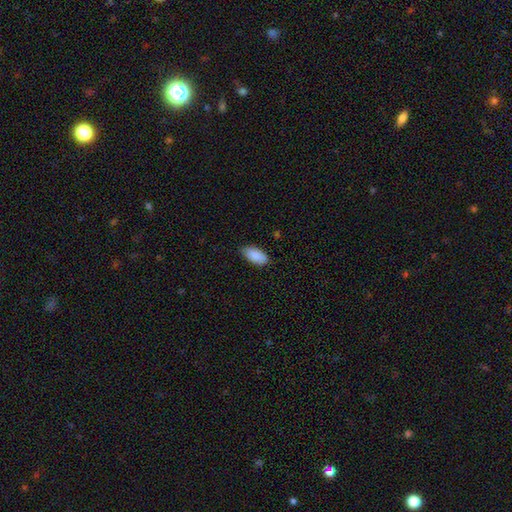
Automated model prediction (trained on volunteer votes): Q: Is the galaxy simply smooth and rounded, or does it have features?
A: smooth — 89%.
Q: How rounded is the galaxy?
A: in between — 93%.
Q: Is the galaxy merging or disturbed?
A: none — 78%.